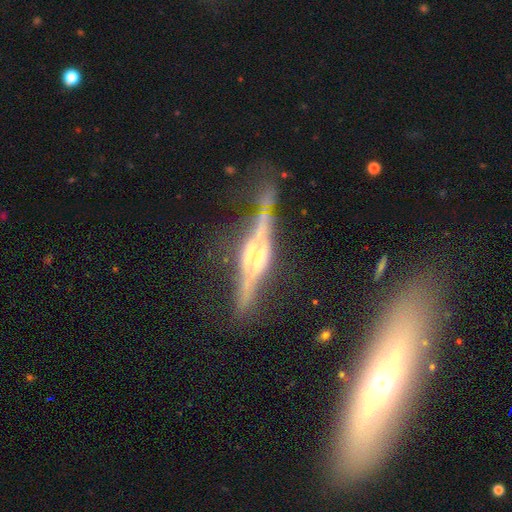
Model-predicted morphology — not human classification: featured or disk 83%, smooth 10%, star or artifact 7%. Down the decision tree: edge-on disk — yes (94%); edge-on bulge — rounded (62%); merging — none (70%).